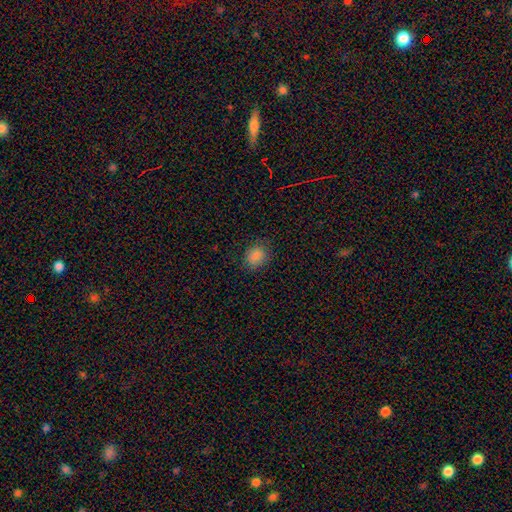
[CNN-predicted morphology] Smooth or featured: smooth — 83% (star or artifact — 12%)
How rounded: round — 61% (in between — 38%)
Merging: none — 83% (minor disturbance — 13%)